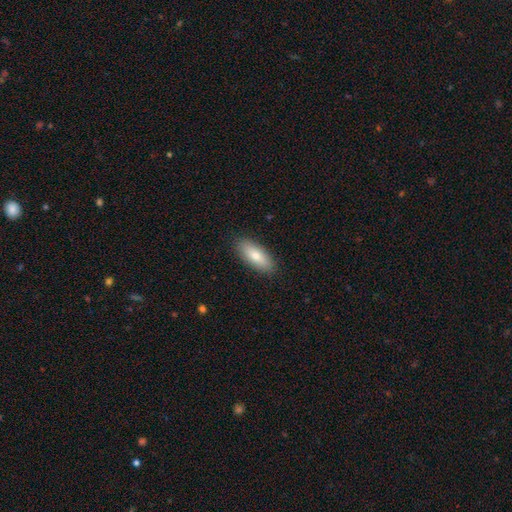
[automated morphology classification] Smooth or featured: smooth — 78% (featured or disk — 15%)
How rounded: in between — 78% (cigar-shaped — 20%)
Merging: none — 88% (minor disturbance — 9%)